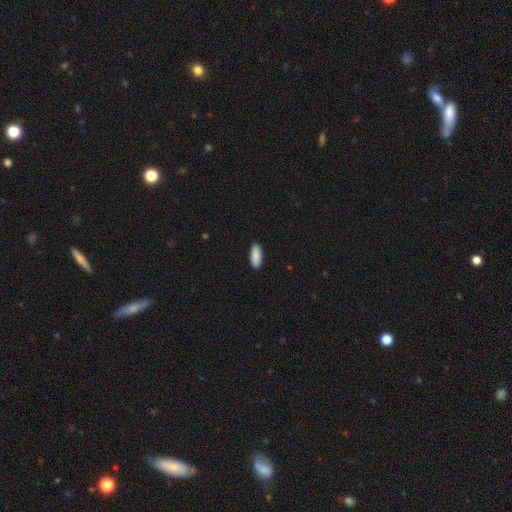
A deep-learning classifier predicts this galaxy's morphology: This is clearly a smooth galaxy (90%). How rounded: likely in between (77%). Merging: clearly none (90%).